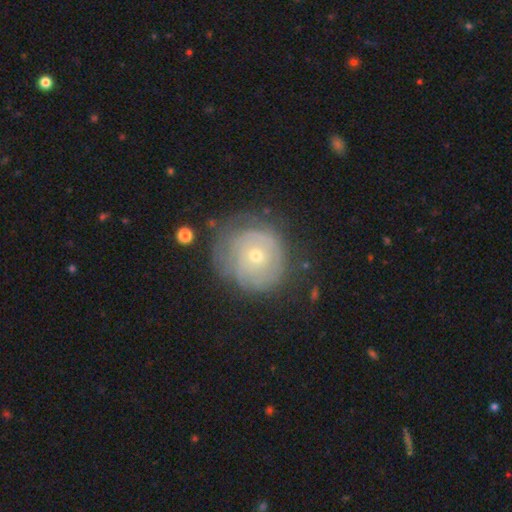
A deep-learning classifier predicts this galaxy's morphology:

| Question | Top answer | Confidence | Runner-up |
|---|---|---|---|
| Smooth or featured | featured or disk | 61% | smooth (31%) |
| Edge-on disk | no | 97% | yes (3%) |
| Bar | no | 86% | weak (12%) |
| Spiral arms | yes | 66% | no (34%) |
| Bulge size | small | 55% | moderate (42%) |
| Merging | none | 62% | minor disturbance (23%) |